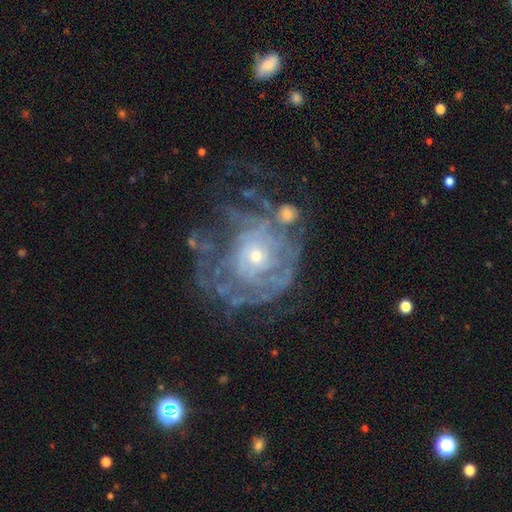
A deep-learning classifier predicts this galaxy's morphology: This appears to be a featured or disk galaxy (81%) with no bar (82%), tight (70%) spiral arms (75%) and a small central bulge (70%). Merging: none (49%).